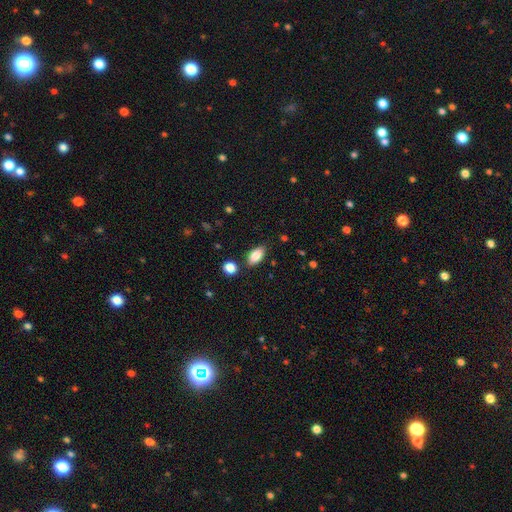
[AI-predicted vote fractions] smooth_or_featured: smooth (p=0.87) [alt: star or artifact p=0.07]
how_rounded: in between (p=0.91) [alt: cigar-shaped p=0.05]
merging: none (p=0.83) [alt: minor disturbance p=0.11]